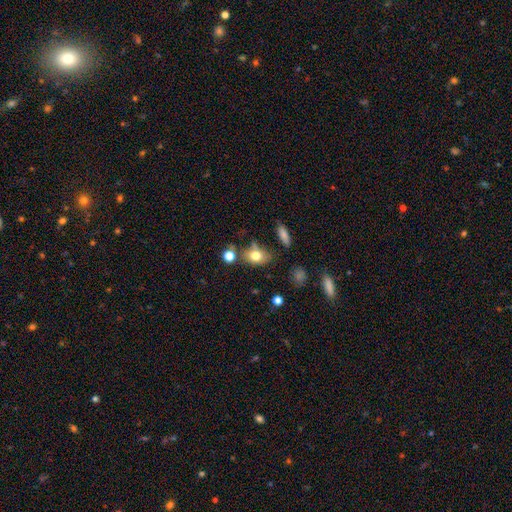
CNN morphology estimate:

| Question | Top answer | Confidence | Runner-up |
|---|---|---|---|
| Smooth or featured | smooth | 76% | featured or disk (13%) |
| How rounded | in between | 70% | round (27%) |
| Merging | none | 57% | minor disturbance (21%) |